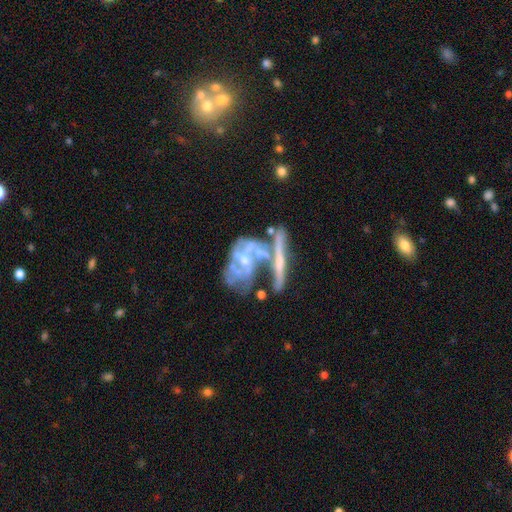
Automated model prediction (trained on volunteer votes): featured or disk 70%, smooth 16%, star or artifact 14%. Down the decision tree: edge-on disk — no (78%); bar — no (65%); spiral arms — yes (65%); bulge size — small (57%); merging — merger (49%).